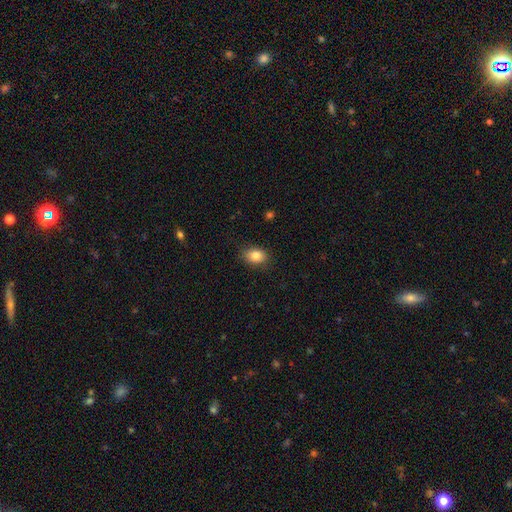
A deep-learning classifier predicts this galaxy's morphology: This is clearly a smooth galaxy (84%). How rounded: likely in between (72%). Merging: clearly none (84%).